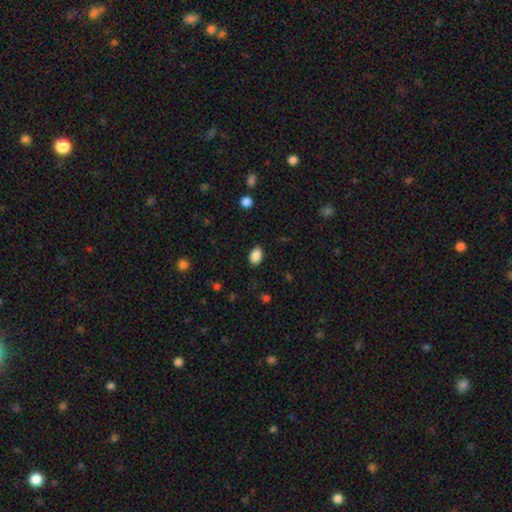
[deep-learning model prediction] smooth-or-featured: smooth: 88% | star or artifact: 8% | featured or disk: 3%
  how-rounded: in between: 79% | round: 20% | cigar-shaped: 1%
  merging: none: 86% | minor disturbance: 10% | major disturbance: 3% | merger: 1%